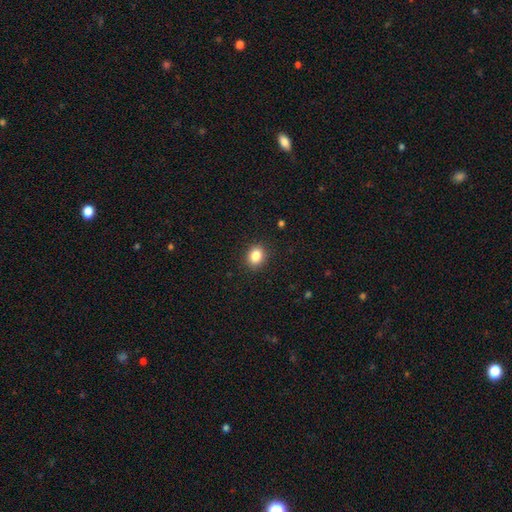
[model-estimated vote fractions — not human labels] Overall: smooth (85%). How rounded: round (58%; in between 41%). Merging: none (90%).